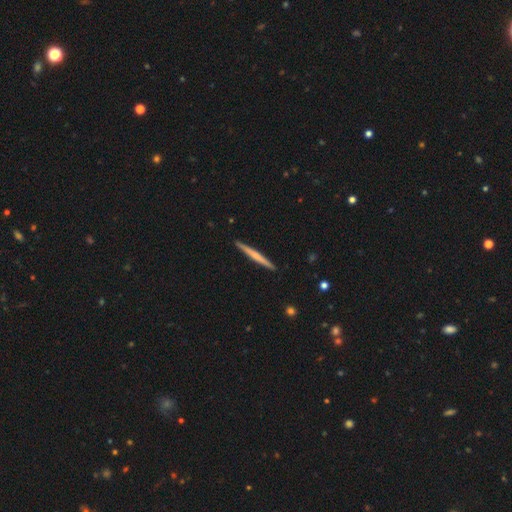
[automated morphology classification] Smooth or featured?
  - featured or disk: 50% *
  - smooth: 45%
  - star or artifact: 5%
Edge-on disk?
  - yes: 98% *
  - no: 2%
Merging?
  - none: 92% *
  - minor disturbance: 6%
  - major disturbance: 1%
  - merger: 1%